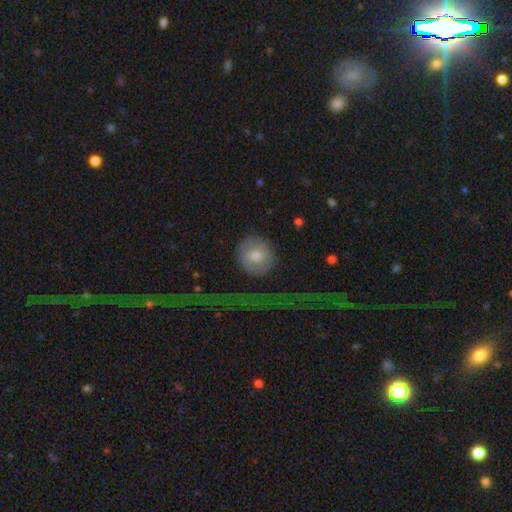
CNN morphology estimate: Smooth or featured: smooth — 70% (featured or disk — 22%)
How rounded: round — 88% (in between — 10%)
Merging: none — 70% (major disturbance — 14%)